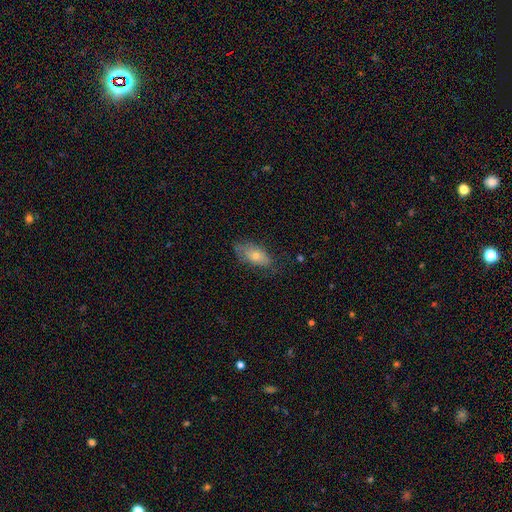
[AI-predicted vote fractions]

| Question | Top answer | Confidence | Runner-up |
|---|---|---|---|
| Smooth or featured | smooth | 56% | featured or disk (35%) |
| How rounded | in between | 84% | cigar-shaped (12%) |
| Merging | none | 64% | minor disturbance (27%) |